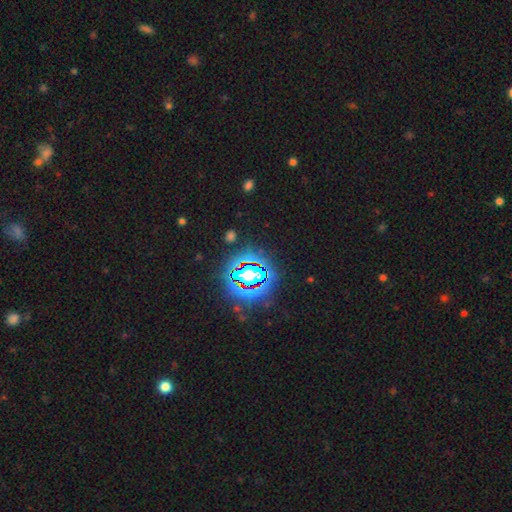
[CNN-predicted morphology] smooth-or-featured: star or artifact: 85% | smooth: 9% | featured or disk: 6%